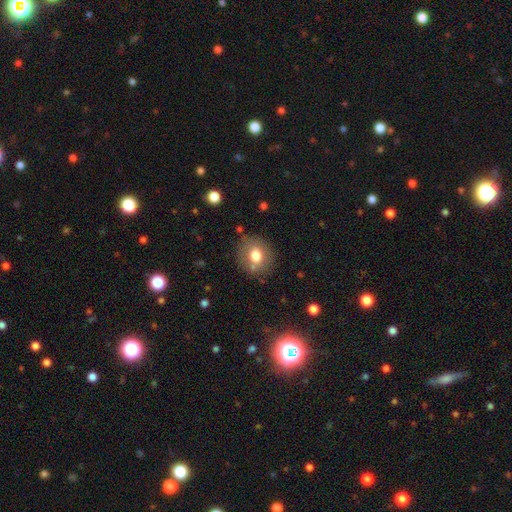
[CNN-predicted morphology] The model was most divided on "how rounded": round: 69%, in between: 30%, cigar-shaped: 1%. More confident: merging — none (77%); smooth or featured — smooth (74%).